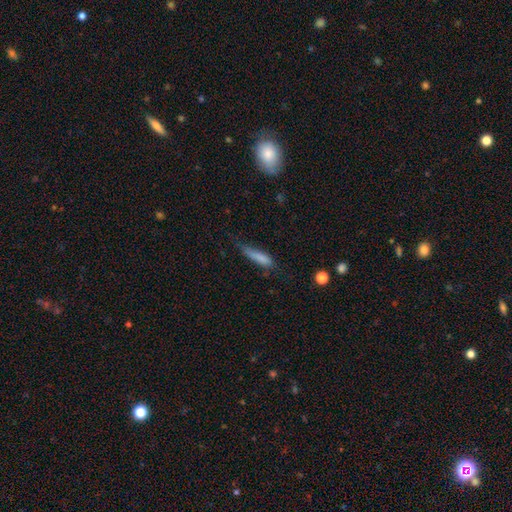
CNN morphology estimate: Smooth or featured? smooth (73%)
How rounded? cigar-shaped (84%)
Merging? none (51%)